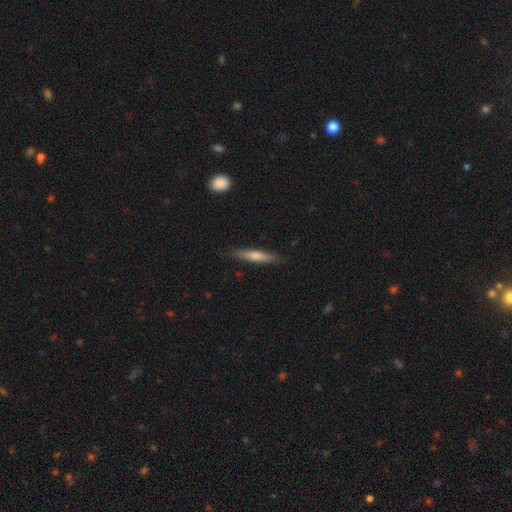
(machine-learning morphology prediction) smooth-or-featured: smooth: 56% | featured or disk: 38% | star or artifact: 6%
  how-rounded: cigar-shaped: 90% | in between: 8% | round: 2%
  merging: none: 87% | minor disturbance: 10% | major disturbance: 2% | merger: 1%